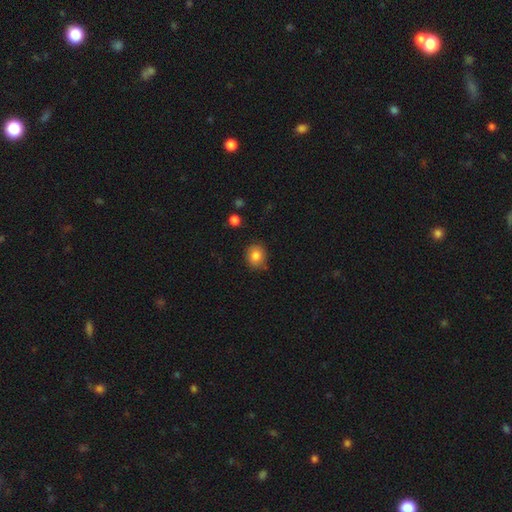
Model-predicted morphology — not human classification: Smooth or featured: smooth — 84% (star or artifact — 10%)
How rounded: round — 74% (in between — 25%)
Merging: none — 82% (minor disturbance — 13%)